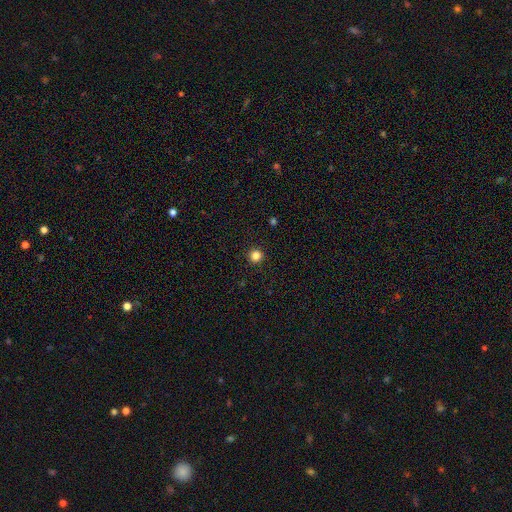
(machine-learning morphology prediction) smooth-or-featured: smooth: 83% | star or artifact: 13% | featured or disk: 4%
  how-rounded: round: 96% | in between: 3% | cigar-shaped: 1%
  merging: none: 93% | minor disturbance: 4% | major disturbance: 2% | merger: 1%